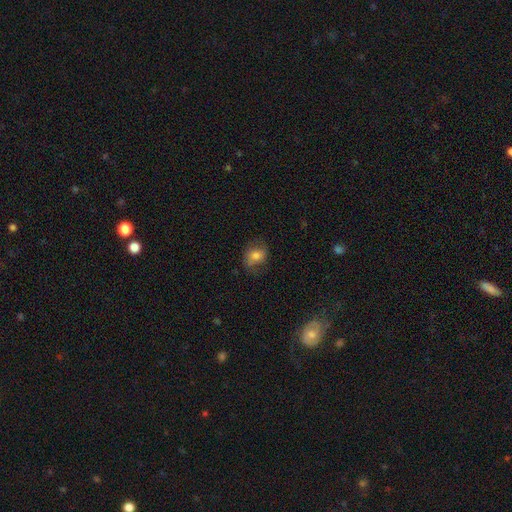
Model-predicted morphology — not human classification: This appears to be a smooth galaxy with no disk features (69%) that is in between round and cigar-shaped (58%). Merging: none (66%).